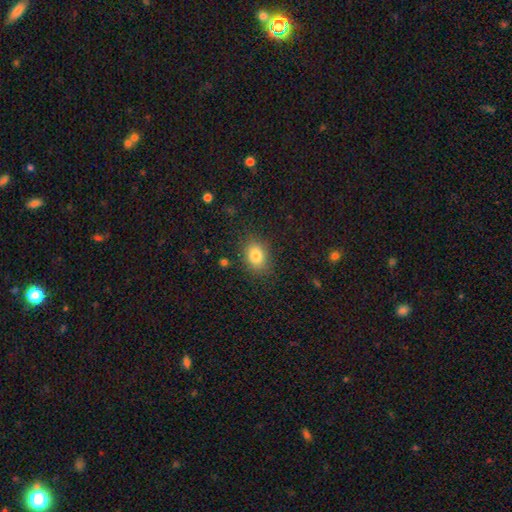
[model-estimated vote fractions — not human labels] smooth-or-featured: smooth: 82% | star or artifact: 10% | featured or disk: 8%
  how-rounded: in between: 67% | round: 31% | cigar-shaped: 1%
  merging: none: 85% | minor disturbance: 10% | major disturbance: 3% | merger: 1%